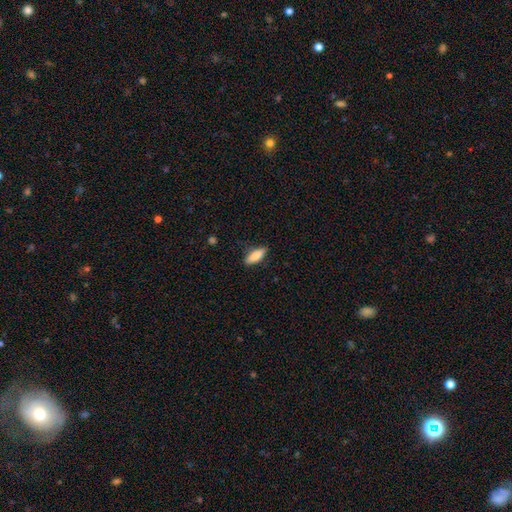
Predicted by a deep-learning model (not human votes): This appears to be a smooth galaxy with no disk features (80%) that is in between round and cigar-shaped (60%). Merging: none (86%).